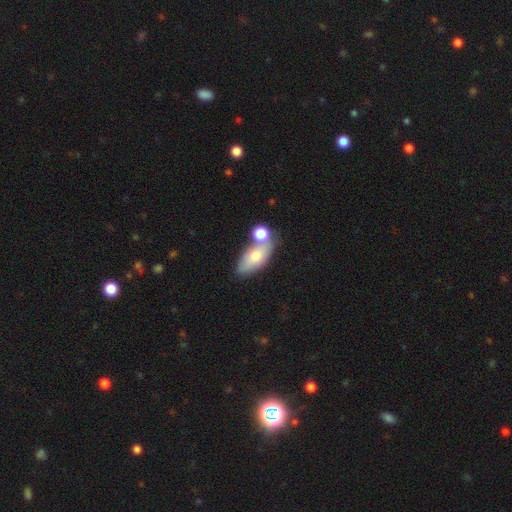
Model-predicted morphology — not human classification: This appears to be a smooth galaxy with no disk features (69%) that is in between round and cigar-shaped (84%). Merging: none (50%).